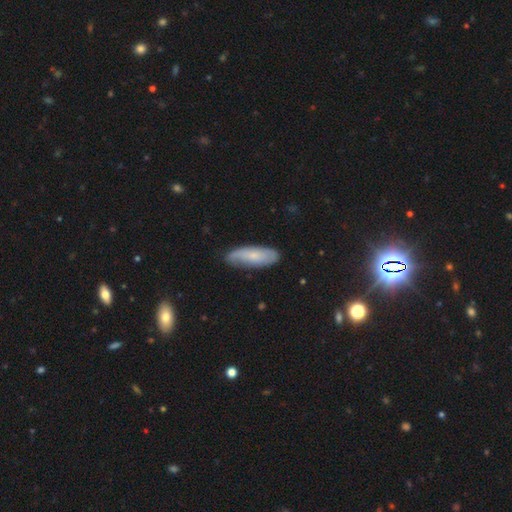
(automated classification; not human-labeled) A smooth galaxy with no disk features (60%) that is in between round and cigar-shaped (62%). Merging: none (68%).